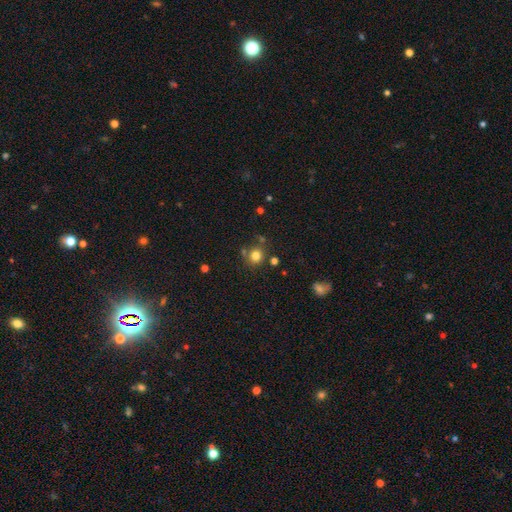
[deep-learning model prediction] A smooth galaxy with no disk features (79%) that is round (88%).

Vote fractions:
- Smooth or featured? smooth: 79% / star or artifact: 14% / featured or disk: 7%
- How rounded? round: 88% / in between: 11% / cigar-shaped: 1%
- Merging? none: 75% / minor disturbance: 11% / merger: 10% / major disturbance: 4%